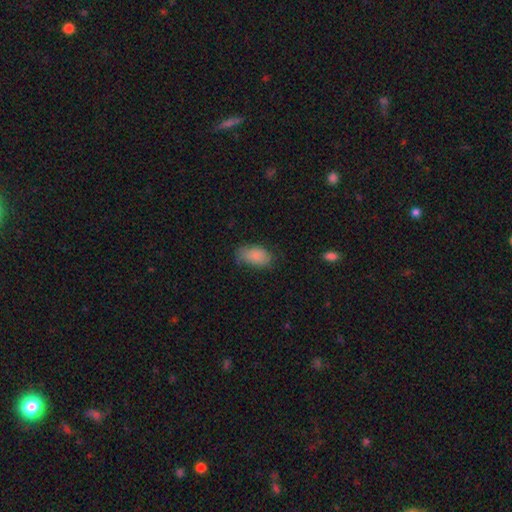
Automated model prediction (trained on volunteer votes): Smooth or featured? smooth (86%)
How rounded? in between (92%)
Merging? none (63%)